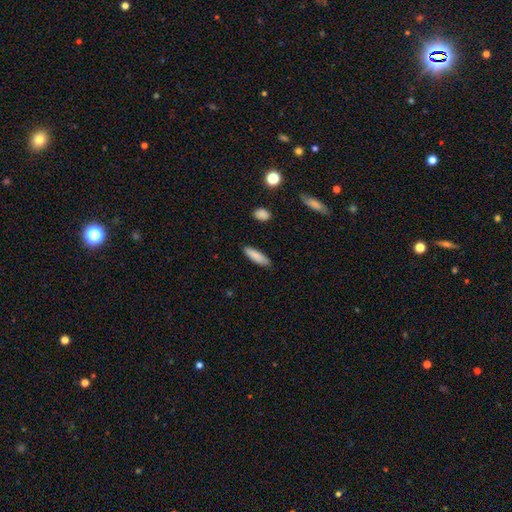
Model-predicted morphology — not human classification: Smooth or featured?
  - smooth: 86% *
  - featured or disk: 8%
  - star or artifact: 6%
How rounded?
  - cigar-shaped: 55% *
  - in between: 43%
  - round: 2%
Merging?
  - none: 86% *
  - minor disturbance: 11%
  - major disturbance: 2%
  - merger: 2%